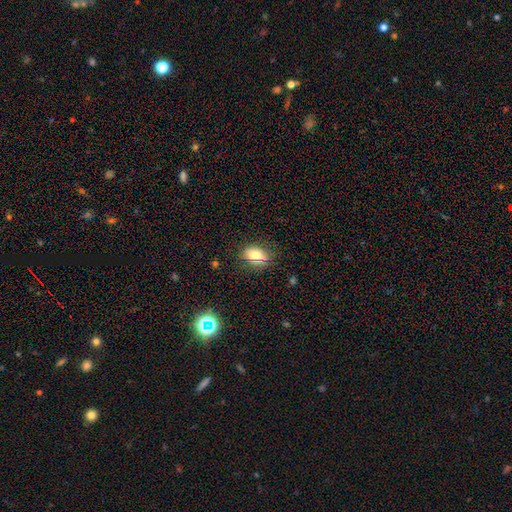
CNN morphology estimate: Smooth or featured?
  - smooth: 76% *
  - featured or disk: 13%
  - star or artifact: 11%
How rounded?
  - in between: 78% *
  - round: 19%
  - cigar-shaped: 3%
Merging?
  - none: 80% *
  - minor disturbance: 15%
  - major disturbance: 4%
  - merger: 1%